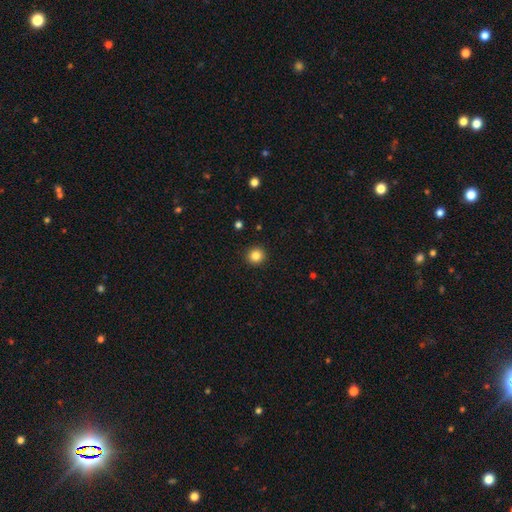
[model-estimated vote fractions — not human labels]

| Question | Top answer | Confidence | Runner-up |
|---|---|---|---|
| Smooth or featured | smooth | 84% | star or artifact (11%) |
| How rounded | round | 94% | in between (5%) |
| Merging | none | 93% | minor disturbance (4%) |